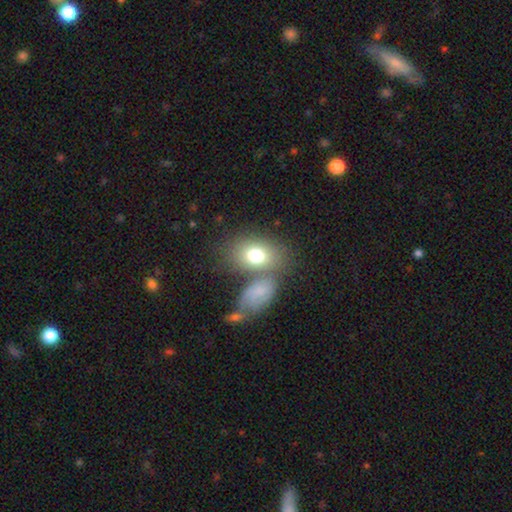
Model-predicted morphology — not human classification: Smooth or featured?
  - smooth: 76% *
  - featured or disk: 16%
  - star or artifact: 8%
How rounded?
  - in between: 79% *
  - round: 19%
  - cigar-shaped: 2%
Merging?
  - none: 51% *
  - merger: 29%
  - minor disturbance: 13%
  - major disturbance: 6%